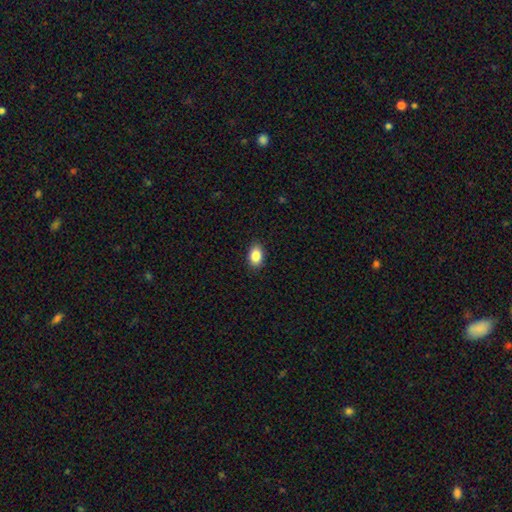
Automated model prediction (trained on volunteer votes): This appears to be a smooth galaxy with no disk features (86%) that is in between round and cigar-shaped (85%). Merging: none (89%).